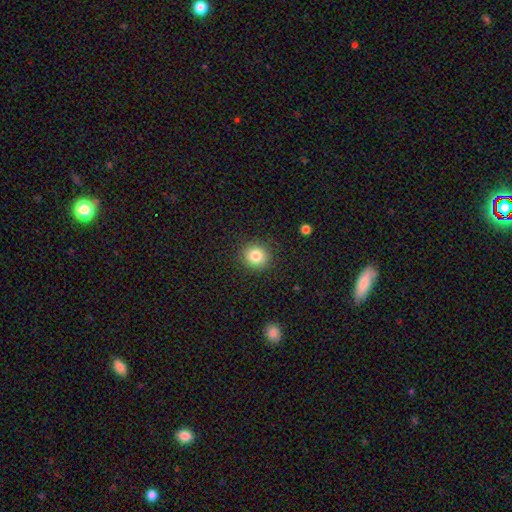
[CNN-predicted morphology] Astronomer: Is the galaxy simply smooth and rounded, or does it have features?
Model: smooth — 83%.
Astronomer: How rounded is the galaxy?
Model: round — 89%.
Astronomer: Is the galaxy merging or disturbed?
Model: none — 90%.